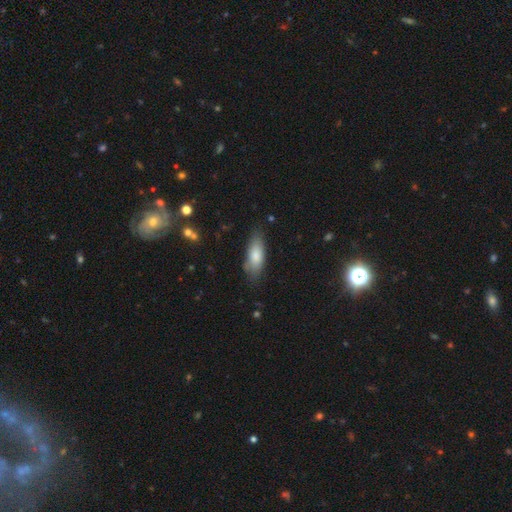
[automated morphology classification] Smooth or featured: smooth — 79% (featured or disk — 15%)
How rounded: in between — 73% (cigar-shaped — 25%)
Merging: none — 73% (minor disturbance — 21%)